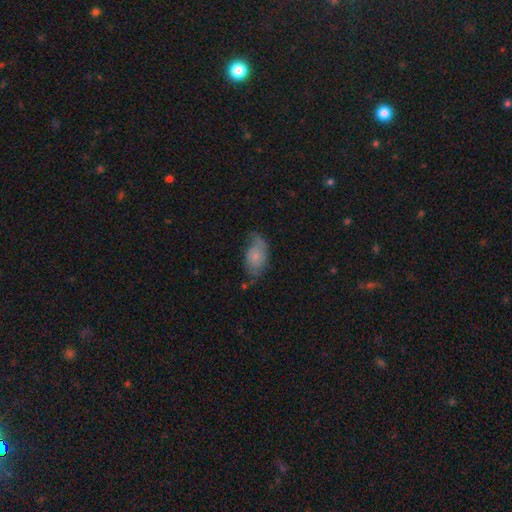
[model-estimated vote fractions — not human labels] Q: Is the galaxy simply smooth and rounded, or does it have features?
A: smooth — 49%.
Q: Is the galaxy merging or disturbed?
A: none — 52%.